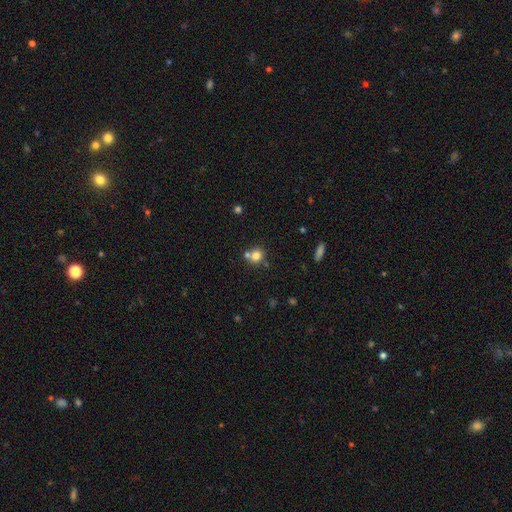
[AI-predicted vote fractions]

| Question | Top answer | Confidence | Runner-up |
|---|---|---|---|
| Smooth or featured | smooth | 78% | star or artifact (12%) |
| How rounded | round | 84% | in between (15%) |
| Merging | none | 54% | merger (34%) |